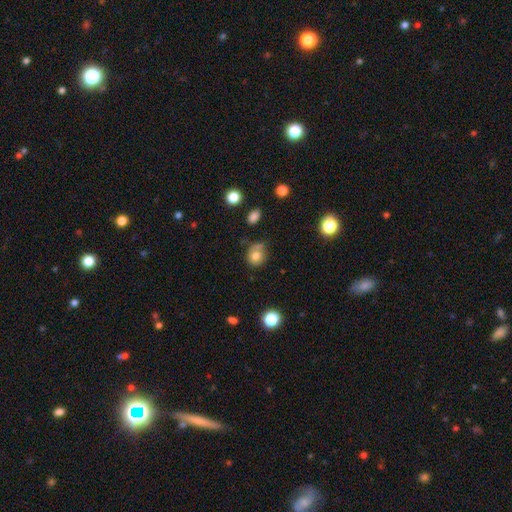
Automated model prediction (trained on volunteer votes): Smooth or featured? Predicted: smooth (p=0.77). How rounded? Predicted: round (p=0.75). Merging? Predicted: none (p=0.58).